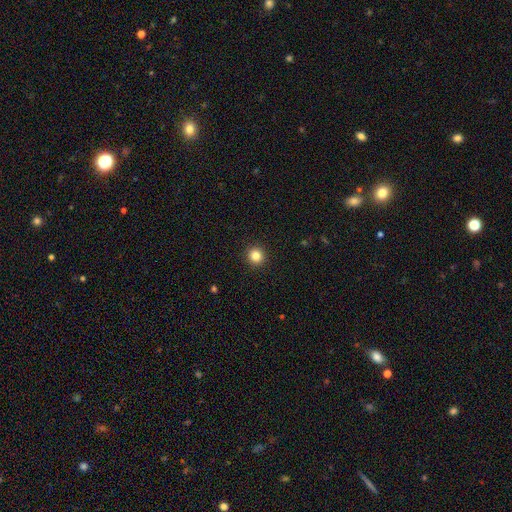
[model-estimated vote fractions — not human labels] Overall: smooth (83%). How rounded: round (94%). Merging: none (94%).